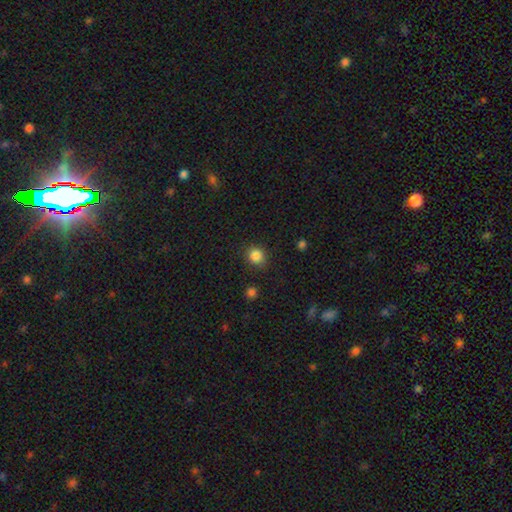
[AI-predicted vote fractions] This is clearly a smooth galaxy (85%). How rounded: clearly round (81%). Merging: clearly none (86%).